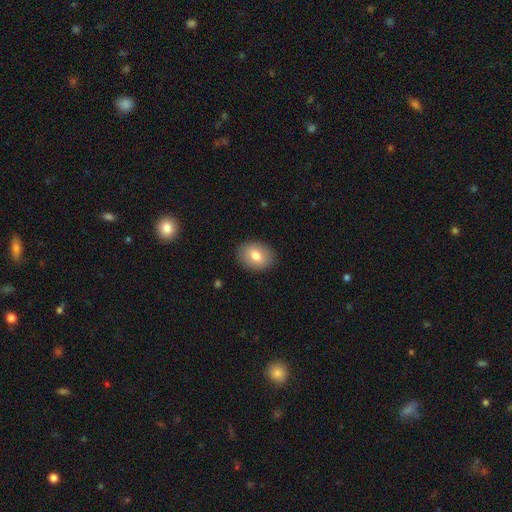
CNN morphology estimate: Smooth or featured: smooth — 77% (featured or disk — 16%)
How rounded: in between — 70% (round — 29%)
Merging: none — 88% (minor disturbance — 8%)